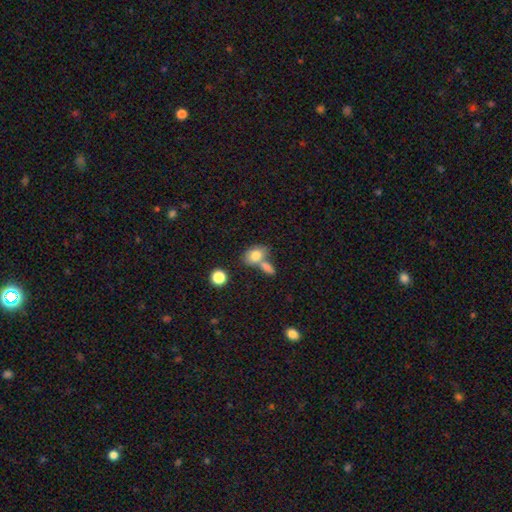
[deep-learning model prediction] Overall: smooth (79%). How rounded: in between (80%). Merging: none (44%; merger 40%).